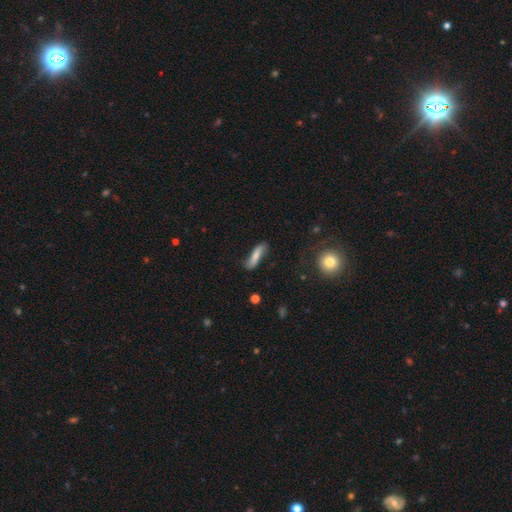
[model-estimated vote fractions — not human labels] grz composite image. It shows a smooth galaxy with no disk features (63%) that is cigar-shaped (72%). Merging: none (70%).